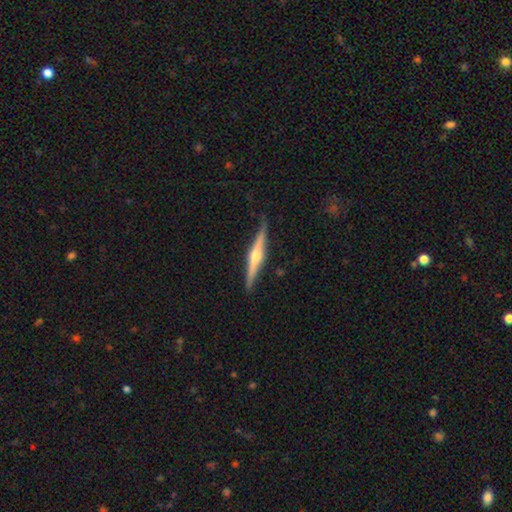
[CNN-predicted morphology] This is likely a featured or disk galaxy (78%). It is clearly viewed edge-on (98%). Edge-on bulge: clearly rounded (89%). Merging: clearly none (87%).